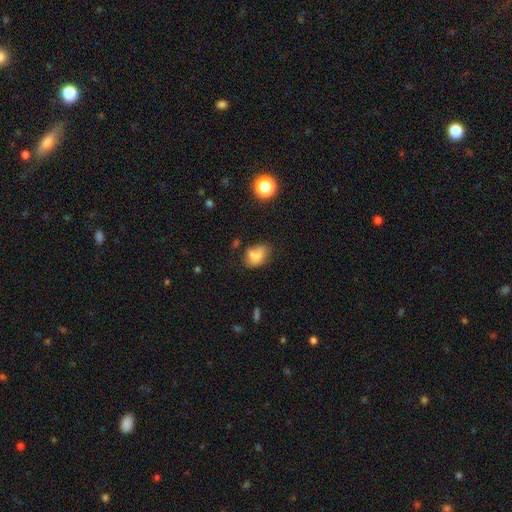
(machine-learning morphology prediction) Smooth or featured? smooth (70%)
How rounded? in between (72%)
Merging? none (43%)